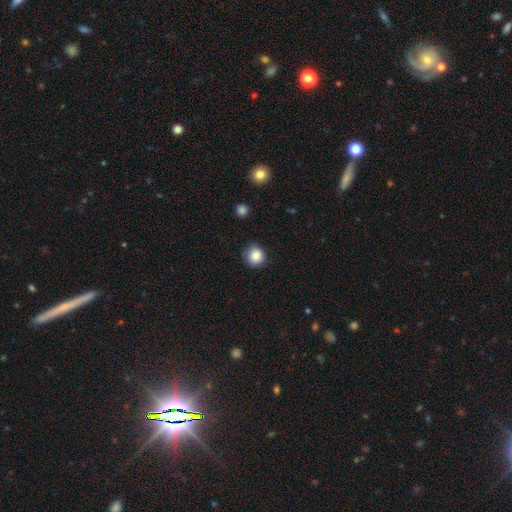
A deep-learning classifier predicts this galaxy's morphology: Smooth or featured?
  - smooth: 85% *
  - star or artifact: 10%
  - featured or disk: 5%
How rounded?
  - round: 92% *
  - in between: 7%
  - cigar-shaped: 1%
Merging?
  - none: 82% *
  - minor disturbance: 14%
  - major disturbance: 3%
  - merger: 1%